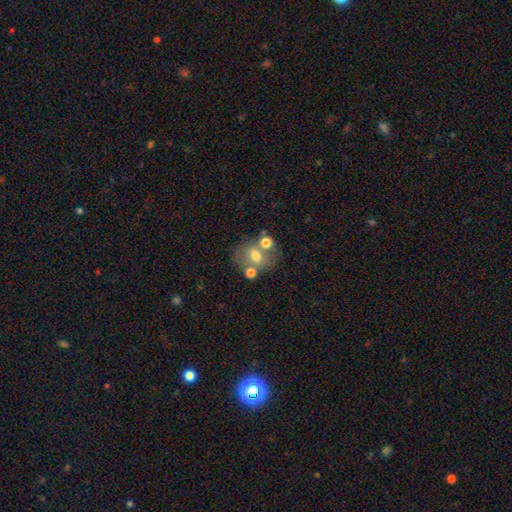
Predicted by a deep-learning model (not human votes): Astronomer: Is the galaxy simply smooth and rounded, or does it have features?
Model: smooth — 57%.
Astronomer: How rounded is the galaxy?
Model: round — 51% (runner-up: in between, 48%).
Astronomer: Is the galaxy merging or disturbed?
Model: none — 48% (runner-up: merger, 30%).